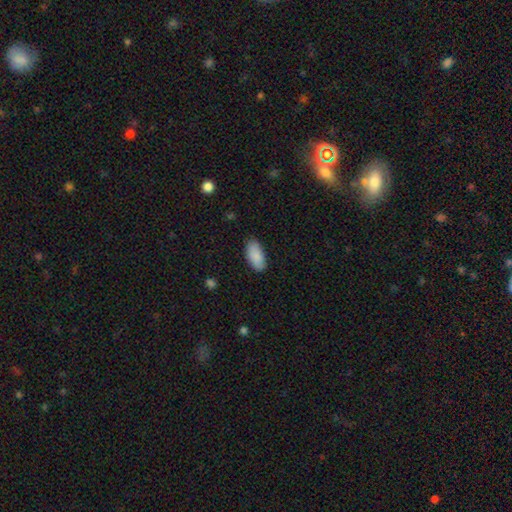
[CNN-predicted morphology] smooth 89%, star or artifact 6%, featured or disk 5%. Down the decision tree: how rounded — in between (92%); merging — none (86%).